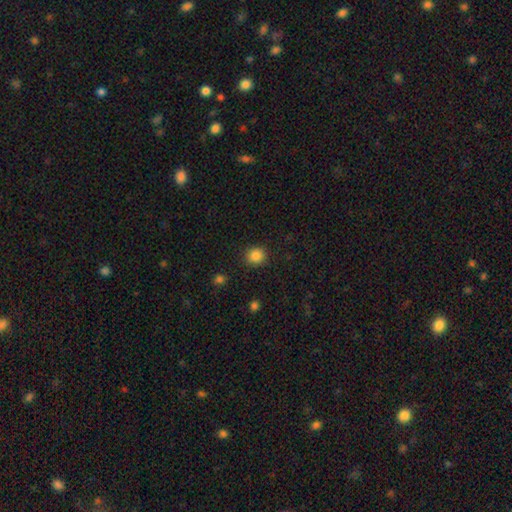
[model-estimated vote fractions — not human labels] Overall: smooth (85%). How rounded: round (87%). Merging: none (90%).